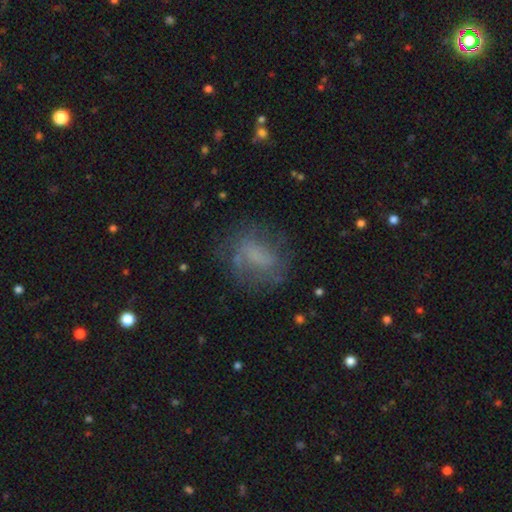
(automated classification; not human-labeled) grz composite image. It shows a smooth galaxy with no disk features (45%). Merging: none (64%).